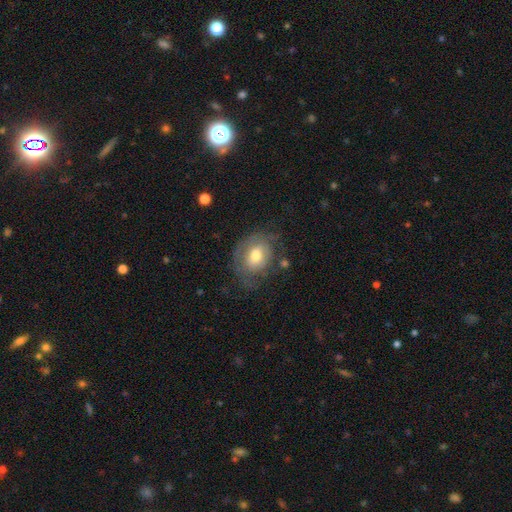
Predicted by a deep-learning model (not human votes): This is possibly a smooth galaxy (53%). How rounded: possibly round (50%). Merging: possibly none (54%).